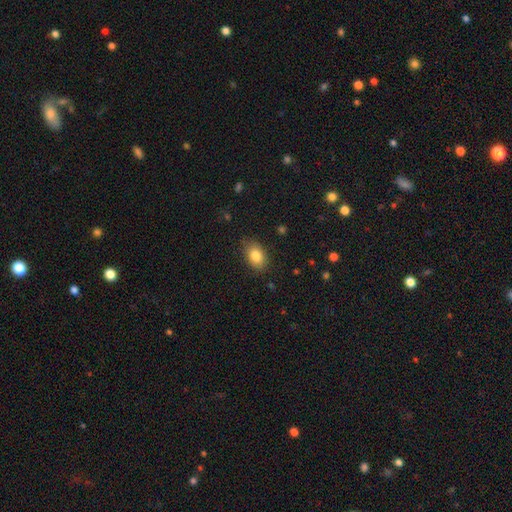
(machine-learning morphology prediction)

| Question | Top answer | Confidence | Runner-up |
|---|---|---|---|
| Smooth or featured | smooth | 85% | star or artifact (8%) |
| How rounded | in between | 85% | round (14%) |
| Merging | none | 82% | minor disturbance (14%) |